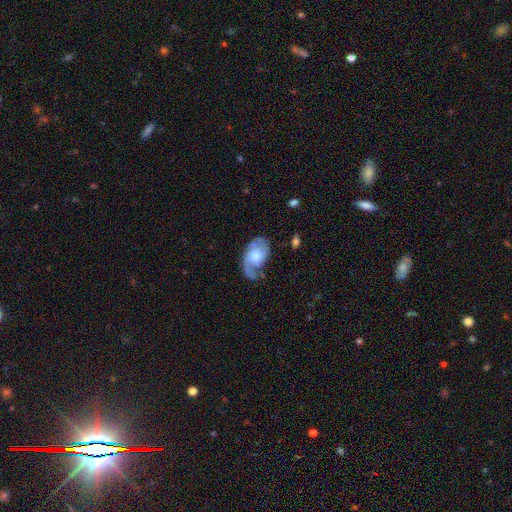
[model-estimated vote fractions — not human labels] featured or disk 78%, smooth 16%, star or artifact 6%. Down the decision tree: edge-on disk — no (96%); bar — no (58%); spiral arms — yes (93%); spiral arm count — 2 (62%); spiral winding — medium (46%); bulge size — moderate (59%); merging — none (58%).